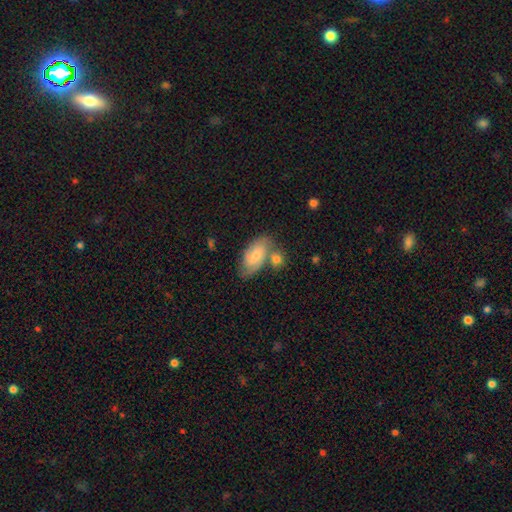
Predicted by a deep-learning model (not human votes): Smooth or featured? Predicted: smooth (p=0.65). How rounded? Predicted: in between (p=0.90). Merging? Predicted: none (p=0.50).